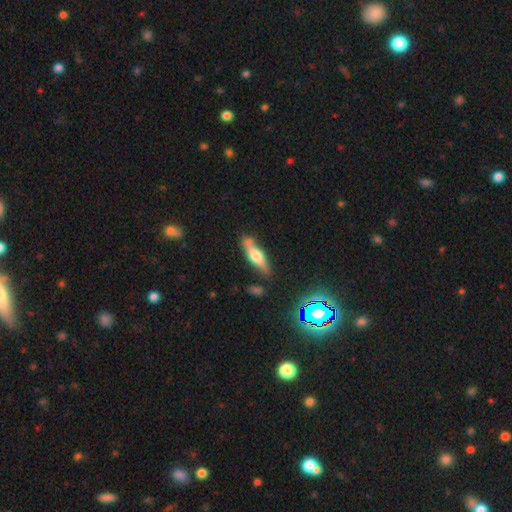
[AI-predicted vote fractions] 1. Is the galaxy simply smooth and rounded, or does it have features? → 46% featured or disk, 45% smooth, 8% star or artifact.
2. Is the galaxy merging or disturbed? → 71% none, 18% minor disturbance, 7% merger, 4% major disturbance.